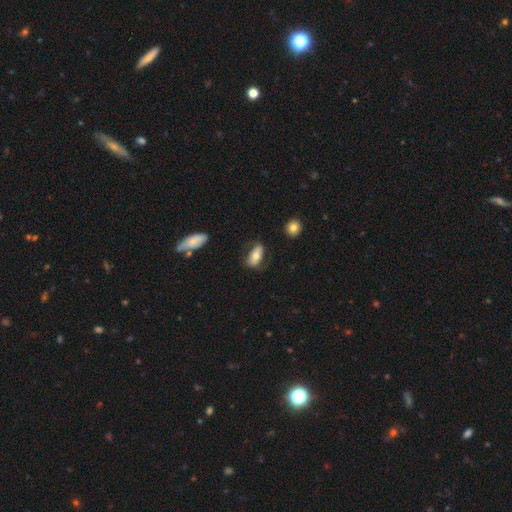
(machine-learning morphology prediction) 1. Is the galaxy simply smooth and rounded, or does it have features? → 62% smooth, 31% featured or disk, 7% star or artifact.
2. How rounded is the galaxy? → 85% in between, 11% cigar-shaped, 4% round.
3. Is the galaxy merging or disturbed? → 63% none, 24% minor disturbance, 11% major disturbance, 3% merger.